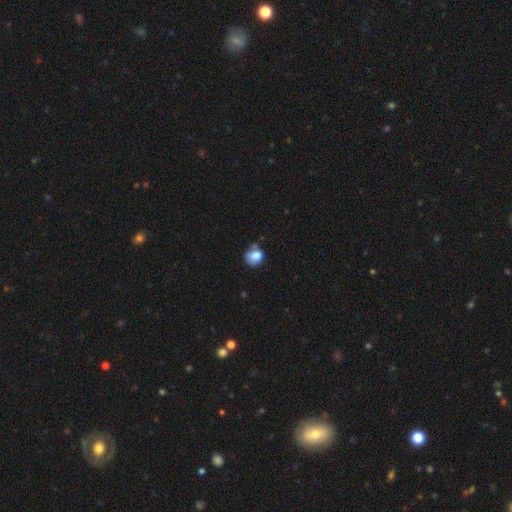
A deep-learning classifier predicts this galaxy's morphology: Smooth or featured? smooth (80%)
How rounded? round (69%)
Merging? none (50%)